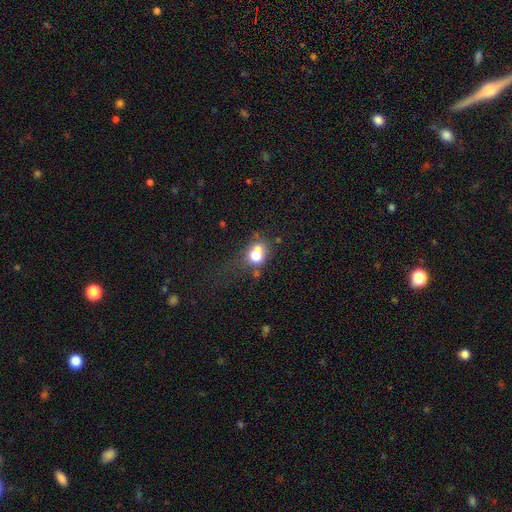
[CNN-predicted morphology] This appears to be a smooth galaxy with no disk features (68%) that is round (55%). Merging: merger (44%).